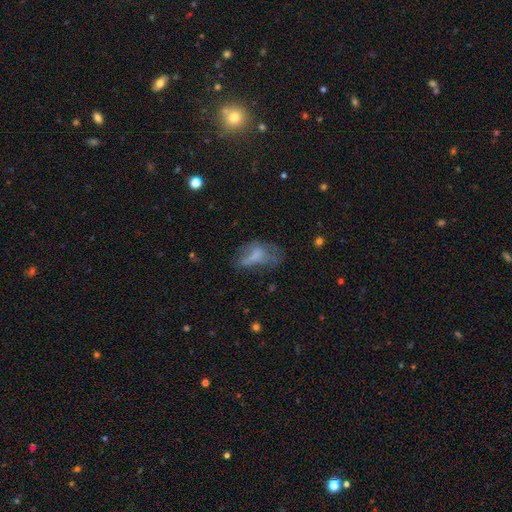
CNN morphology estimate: smooth_or_featured: smooth (p=0.51) [alt: featured or disk p=0.36]
how_rounded: in between (p=0.84) [alt: cigar-shaped p=0.09]
merging: major disturbance (p=0.38) [alt: none p=0.31]